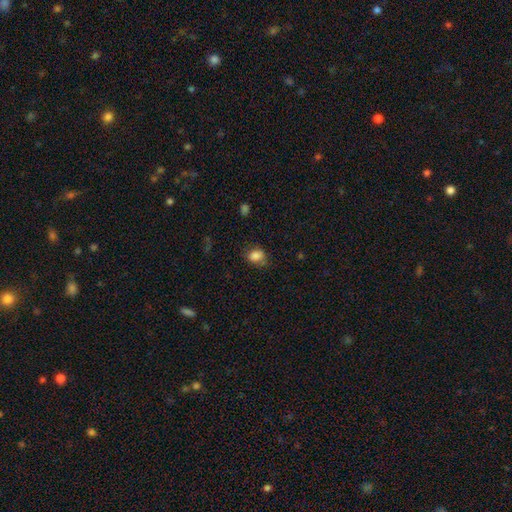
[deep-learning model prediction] smooth_or_featured: smooth (p=0.84) [alt: star or artifact p=0.10]
how_rounded: in between (p=0.63) [alt: round p=0.36]
merging: none (p=0.62) [alt: minor disturbance p=0.28]